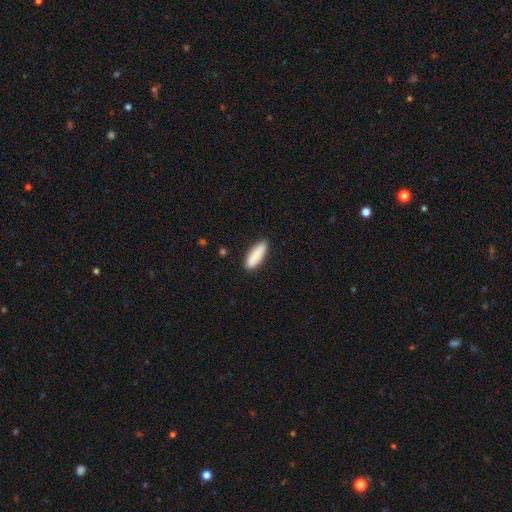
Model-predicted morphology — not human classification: This is clearly a smooth galaxy (88%). How rounded: possibly in between (51%). Merging: clearly none (86%).